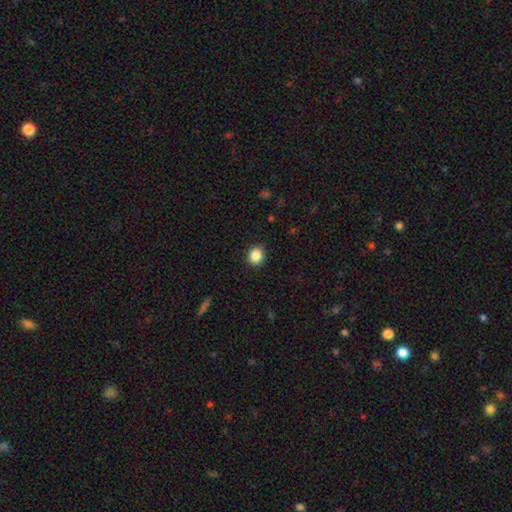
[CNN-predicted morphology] This is clearly a smooth galaxy (86%). How rounded: clearly round (82%). Merging: clearly none (92%).